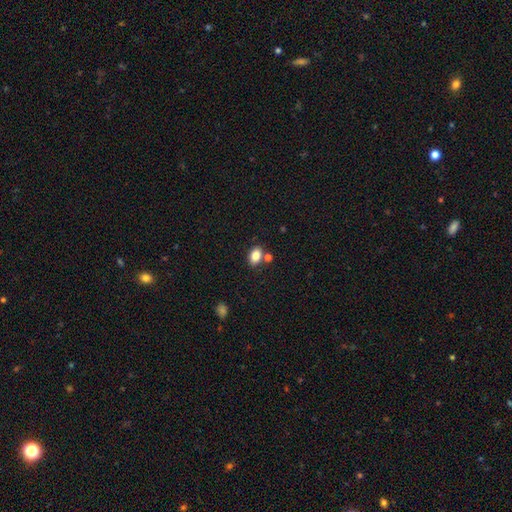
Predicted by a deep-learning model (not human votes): This is clearly a smooth galaxy (84%). How rounded: clearly in between (82%). Merging: likely none (72%).